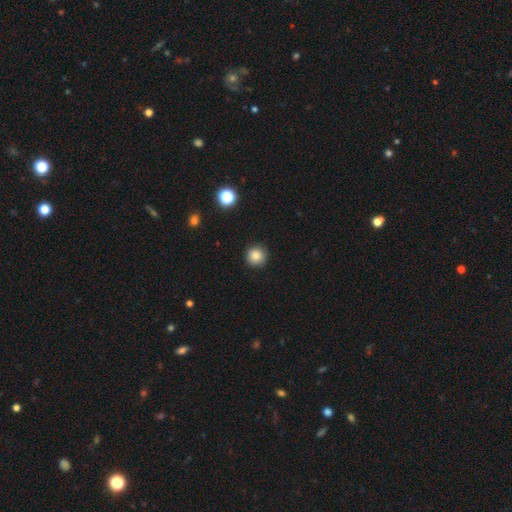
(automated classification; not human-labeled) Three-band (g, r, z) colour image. It shows a smooth galaxy with no disk features (83%) that is round (95%). Merging: none (90%).